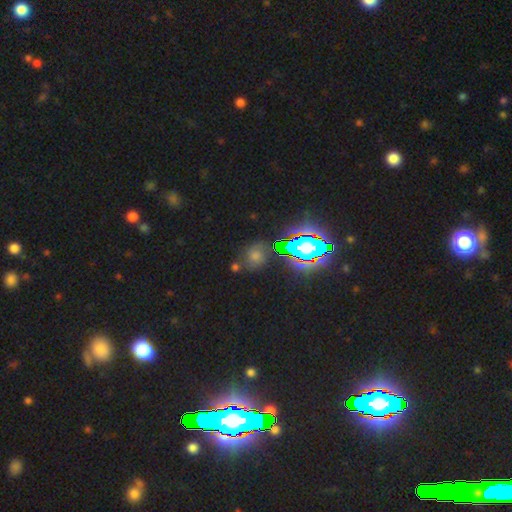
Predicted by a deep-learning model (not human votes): A star or artifact, not a galaxy (55%).

Vote fractions:
- Smooth or featured? star or artifact: 55% / smooth: 33% / featured or disk: 11%